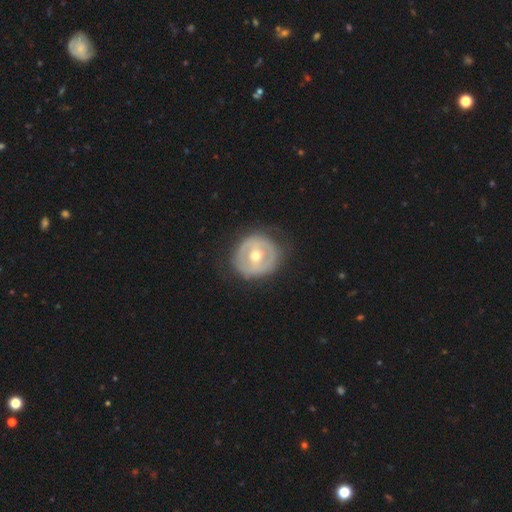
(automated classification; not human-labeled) Morphology: type=featured or disk (59%); edge-on=no (96%); bar=no (42%); spiral arms=no (79%); bulge=moderate (76%); merging=none (81%).